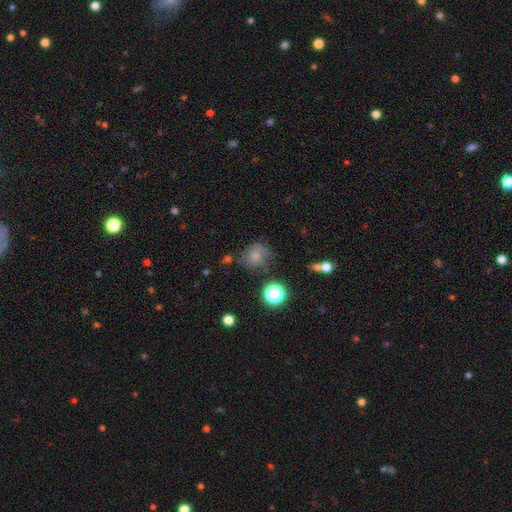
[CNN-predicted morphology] This is likely a smooth galaxy (68%). How rounded: likely round (76%). Merging: possibly none (59%).